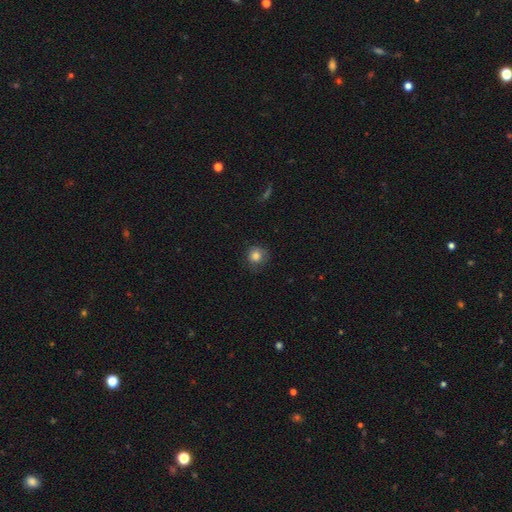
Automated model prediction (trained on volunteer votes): The model was most divided on "merging": none: 72%, minor disturbance: 20%, major disturbance: 7%, merger: 1%. More confident: how rounded — round (88%); smooth or featured — smooth (80%).